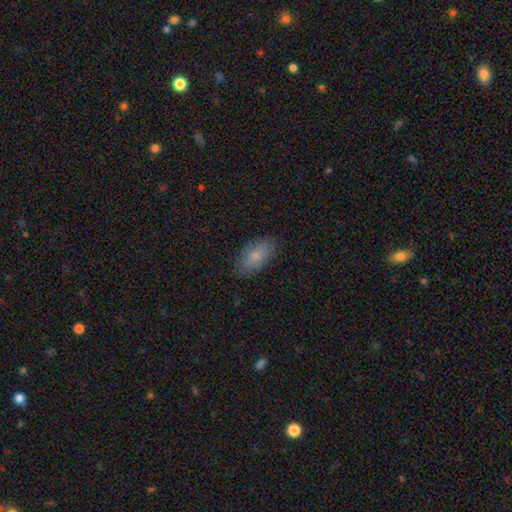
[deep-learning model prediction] smooth_or_featured: smooth (p=0.80) [alt: featured or disk p=0.13]
how_rounded: in between (p=0.93) [alt: cigar-shaped p=0.03]
merging: none (p=0.85) [alt: minor disturbance p=0.12]